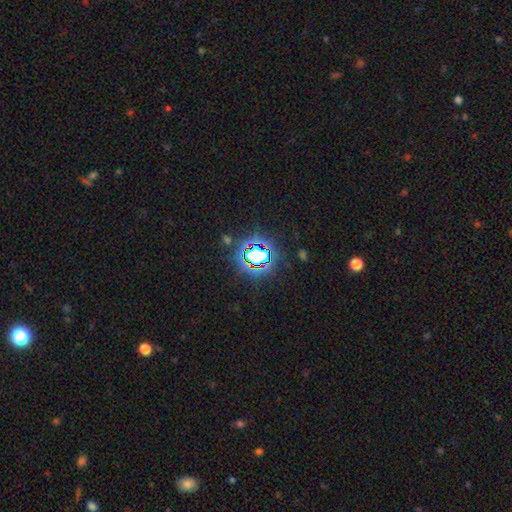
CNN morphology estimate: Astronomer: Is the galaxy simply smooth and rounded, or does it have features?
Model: star or artifact — 71%.